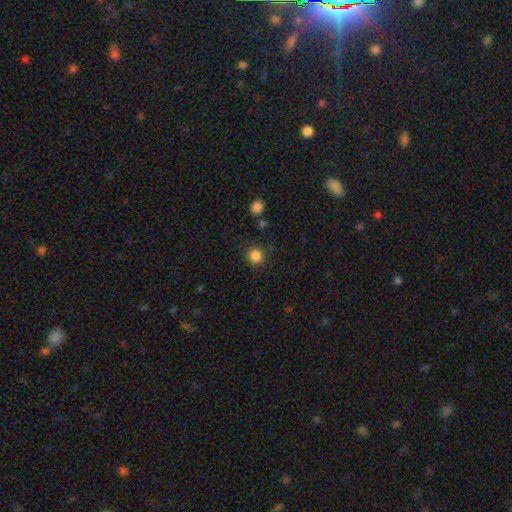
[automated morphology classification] smooth 85%, star or artifact 11%, featured or disk 3%. Down the decision tree: how rounded — round (88%); merging — none (86%).